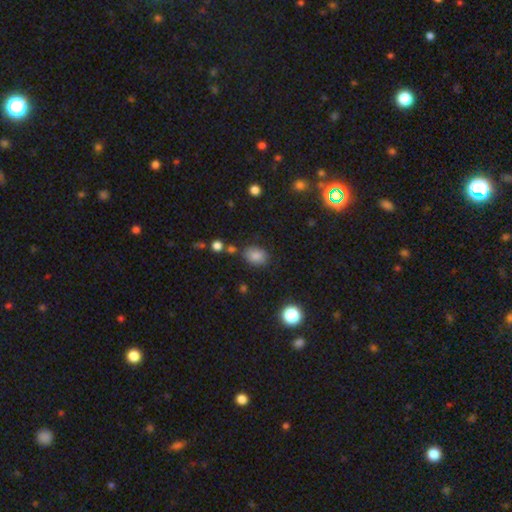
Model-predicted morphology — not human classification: Overall: smooth (82%). How rounded: in between (69%; round 30%). Merging: none (73%).